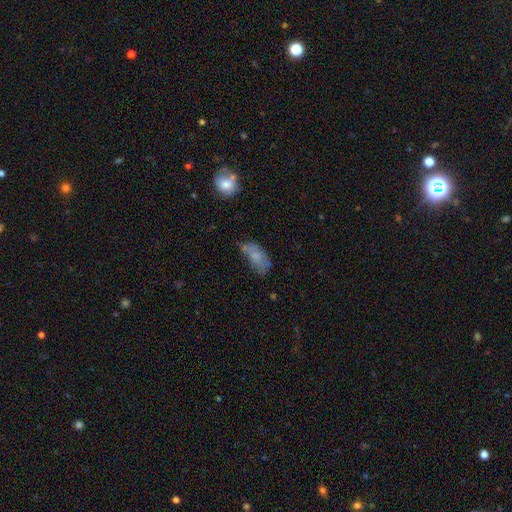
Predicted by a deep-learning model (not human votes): Smooth or featured?
  - smooth: 65% *
  - featured or disk: 25%
  - star or artifact: 10%
How rounded?
  - in between: 88% *
  - cigar-shaped: 8%
  - round: 4%
Merging?
  - none: 38% *
  - minor disturbance: 35%
  - major disturbance: 20%
  - merger: 7%